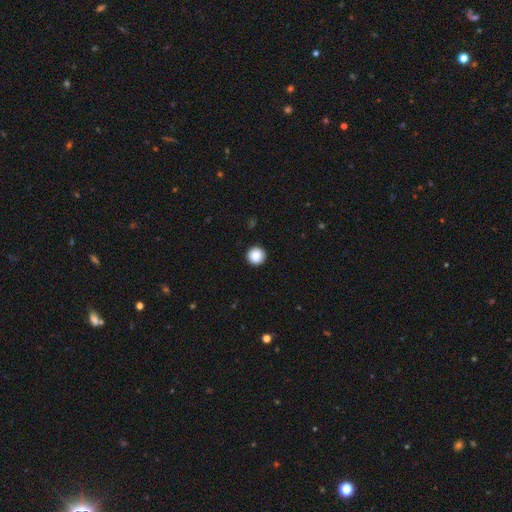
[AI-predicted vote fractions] smooth-or-featured: smooth: 88% | star or artifact: 9% | featured or disk: 3%
  how-rounded: round: 96% | in between: 3% | cigar-shaped: 1%
  merging: none: 93% | minor disturbance: 5% | major disturbance: 2% | merger: 1%